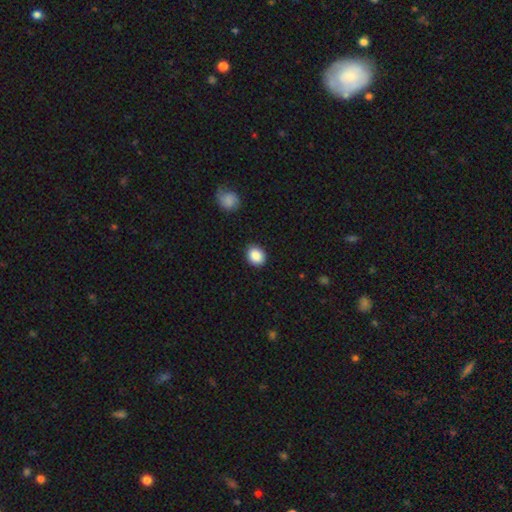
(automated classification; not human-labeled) Q: Smooth or featured?
A: smooth (88%); runner-up: star or artifact (8%)
Q: How rounded?
A: round (63%); runner-up: in between (37%)
Q: Merging?
A: none (87%); runner-up: minor disturbance (9%)